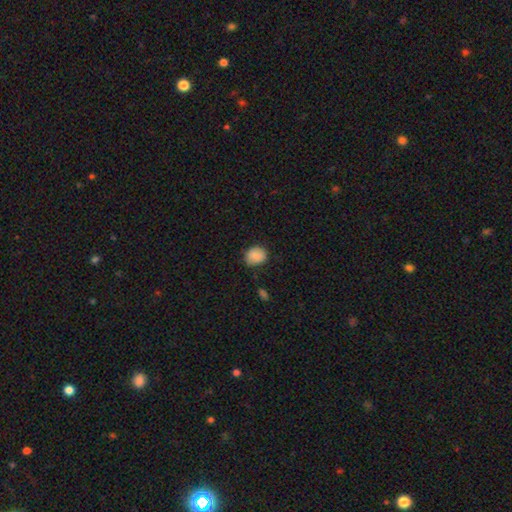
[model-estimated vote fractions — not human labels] Q: Smooth or featured?
A: smooth (85%); runner-up: star or artifact (8%)
Q: How rounded?
A: round (61%); runner-up: in between (38%)
Q: Merging?
A: none (75%); runner-up: minor disturbance (19%)